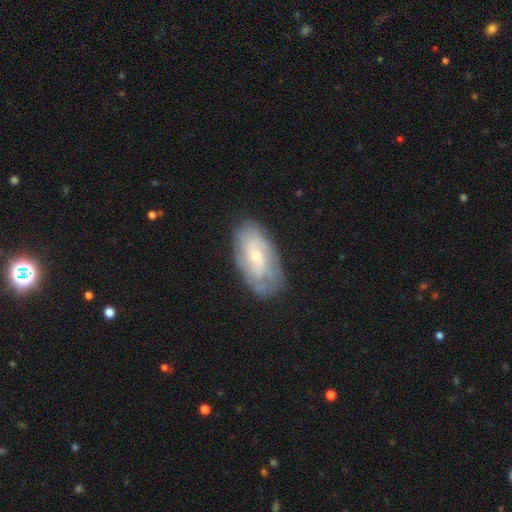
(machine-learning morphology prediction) Smooth or featured: featured or disk — 60% (smooth — 33%)
Edge-on disk: no — 93% (yes — 7%)
Bar: no — 59% (weak — 34%)
Spiral arms: yes — 77% (no — 23%)
Bulge size: small — 65% (moderate — 28%)
Merging: none — 73% (minor disturbance — 20%)